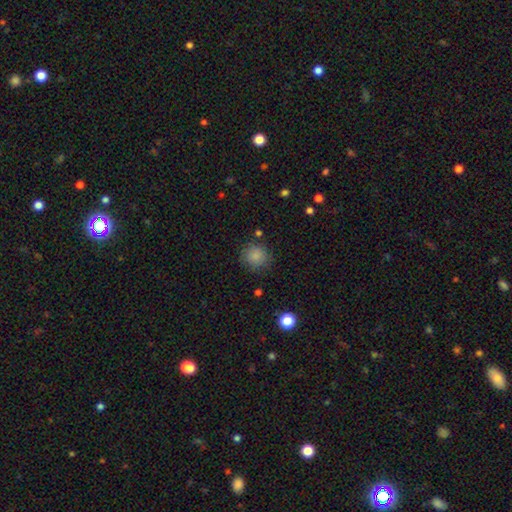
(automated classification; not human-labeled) This is clearly a smooth galaxy (85%). How rounded: clearly round (91%). Merging: clearly none (83%).